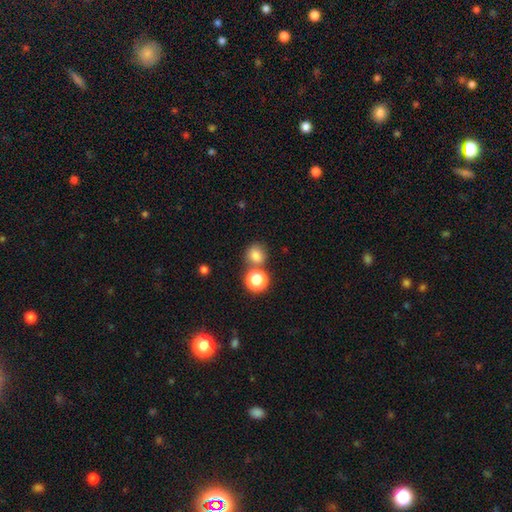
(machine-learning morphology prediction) The model was most divided on "merging": none: 65%, merger: 22%, minor disturbance: 10%, major disturbance: 3%. More confident: how rounded — round (82%); smooth or featured — smooth (79%).